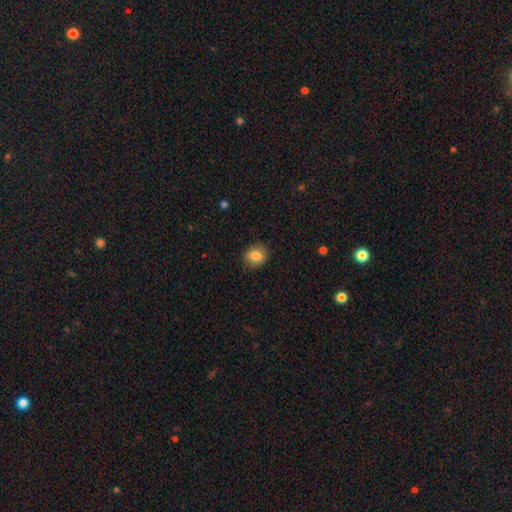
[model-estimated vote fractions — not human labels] This is clearly a smooth galaxy (82%). How rounded: likely round (61%). Merging: clearly none (85%).